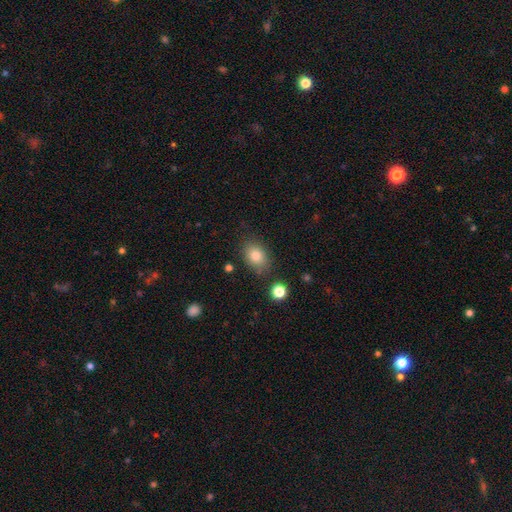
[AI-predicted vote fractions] smooth-or-featured: smooth: 81% | star or artifact: 10% | featured or disk: 9%
  how-rounded: in between: 71% | round: 28% | cigar-shaped: 1%
  merging: none: 78% | minor disturbance: 14% | major disturbance: 4% | merger: 4%